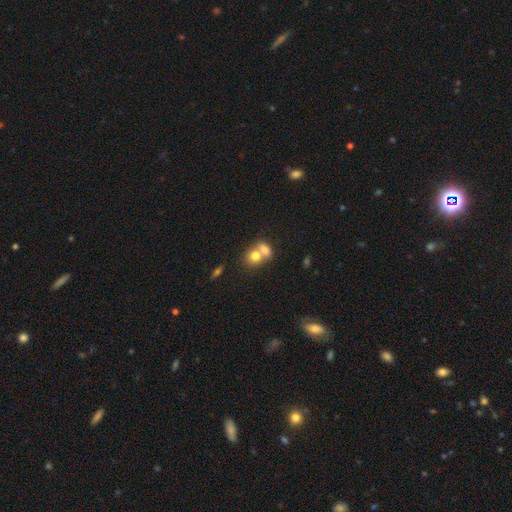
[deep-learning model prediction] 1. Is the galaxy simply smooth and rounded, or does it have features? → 76% smooth, 15% featured or disk, 9% star or artifact.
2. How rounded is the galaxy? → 52% round, 47% in between, 2% cigar-shaped.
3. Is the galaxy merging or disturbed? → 64% merger, 27% none, 6% minor disturbance, 3% major disturbance.